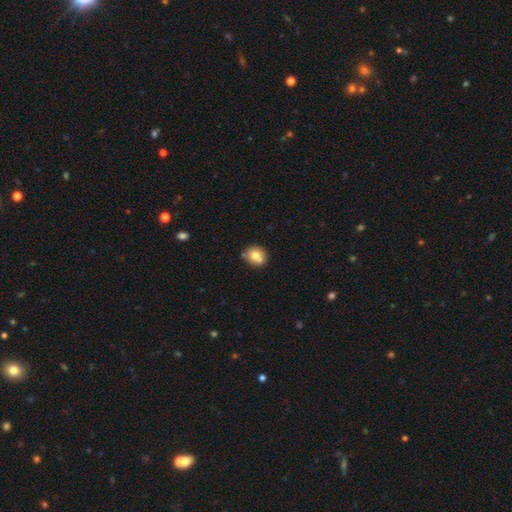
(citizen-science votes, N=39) Overall: smooth (59%; featured or disk 31%). How rounded: round (83%). Merging: none (77%).